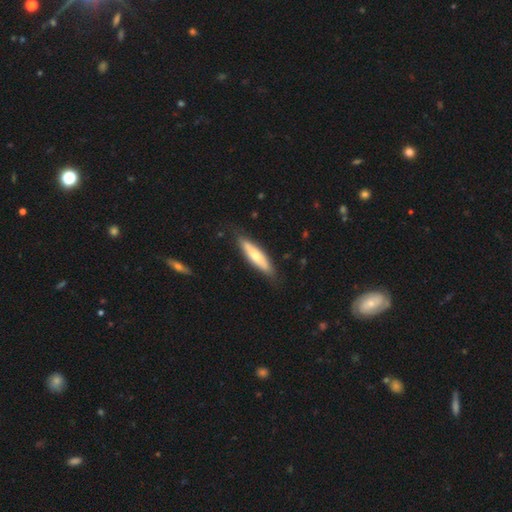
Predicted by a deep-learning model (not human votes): Q: Smooth or featured?
A: smooth (58%); runner-up: featured or disk (37%)
Q: How rounded?
A: cigar-shaped (69%); runner-up: in between (29%)
Q: Merging?
A: none (82%); runner-up: minor disturbance (14%)